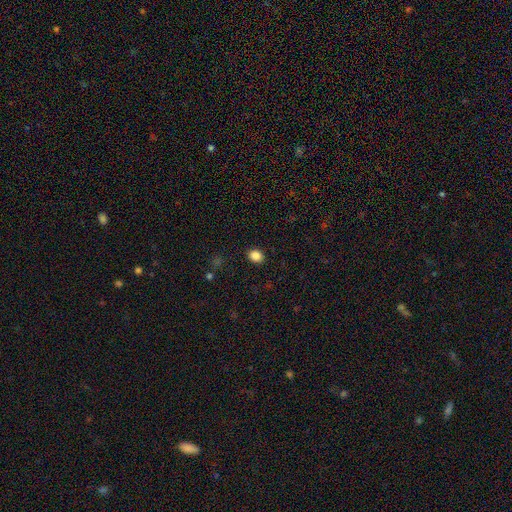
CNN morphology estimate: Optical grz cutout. It shows a smooth galaxy with no disk features (86%) that is in between round and cigar-shaped (51%). Merging: none (90%).